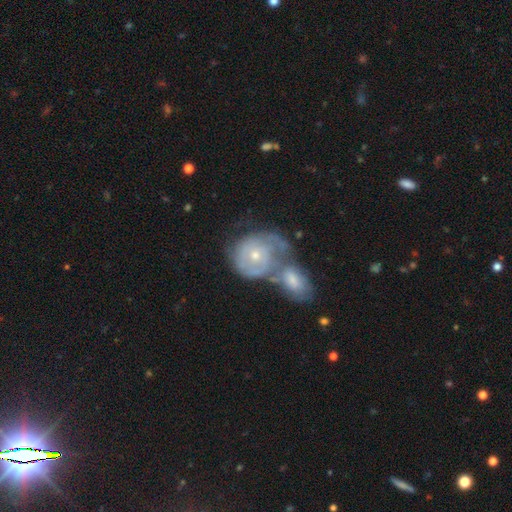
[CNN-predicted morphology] smooth-or-featured: featured or disk: 70% | smooth: 24% | star or artifact: 6%
  disk-edge-on: no: 97% | yes: 3%
    bar: no: 81% | weak: 16% | strong: 3%
    has-spiral-arms: yes: 78% | no: 22%
      spiral-winding: tight: 70% | medium: 22% | loose: 7%
      spiral-arm-count: can't tell: 50% | 2: 25% | 3: 9% | 1: 9% | 4: 3% | more than 4: 3%
    bulge-size: small: 54% | moderate: 42% | large: 2% | none: 1% | dominant: 1%
  merging: merger: 61% | none: 20% | minor disturbance: 11% | major disturbance: 8%